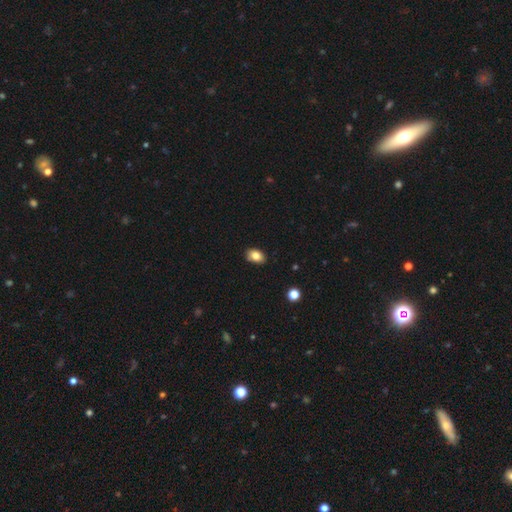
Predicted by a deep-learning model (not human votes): Smooth or featured?
  - smooth: 83% *
  - star or artifact: 9%
  - featured or disk: 9%
How rounded?
  - in between: 84% *
  - round: 15%
  - cigar-shaped: 1%
Merging?
  - none: 85% *
  - minor disturbance: 12%
  - major disturbance: 2%
  - merger: 1%